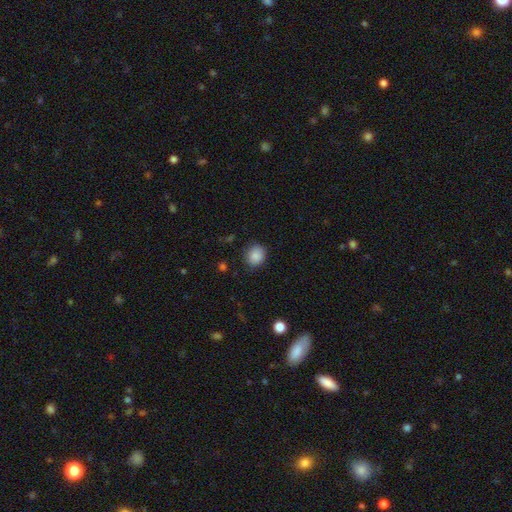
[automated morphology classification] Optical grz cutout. It shows a smooth galaxy with no disk features (87%) that is round (67%). Merging: none (83%).